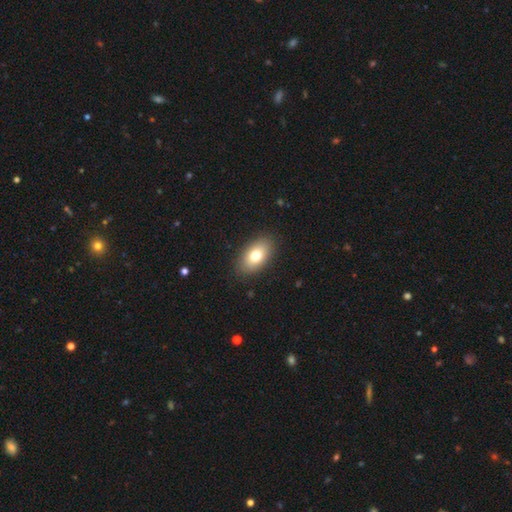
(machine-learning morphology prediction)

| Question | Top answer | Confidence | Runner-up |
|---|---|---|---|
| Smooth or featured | smooth | 75% | featured or disk (17%) |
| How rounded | in between | 91% | round (6%) |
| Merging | none | 88% | minor disturbance (9%) |